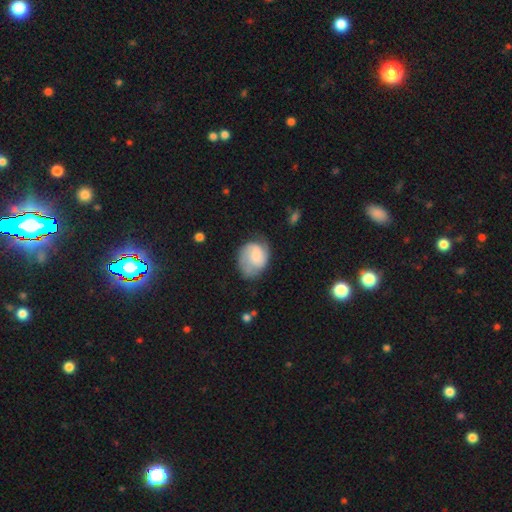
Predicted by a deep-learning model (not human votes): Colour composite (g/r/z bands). It shows a featured or disk galaxy (52%) with no bar (57%), spiral arms (87%) and a small central bulge (37%). Merging: none (52%).